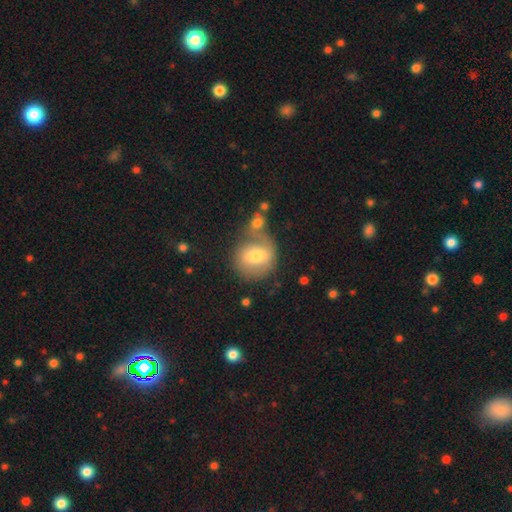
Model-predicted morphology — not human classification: Smooth or featured: smooth — 61% (featured or disk — 31%)
How rounded: round — 82% (in between — 16%)
Merging: none — 48% (merger — 29%)